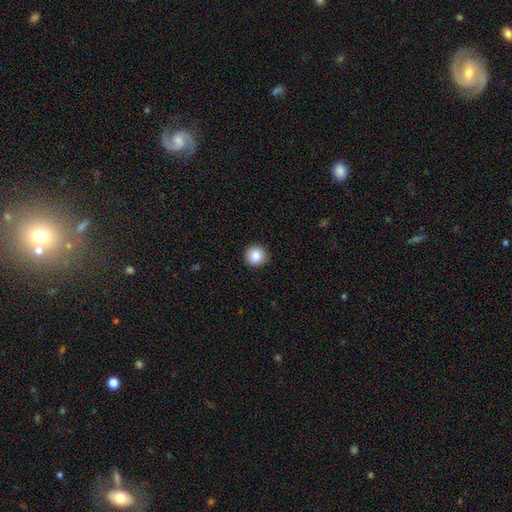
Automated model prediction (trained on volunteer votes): Smooth or featured: smooth — 85% (star or artifact — 9%)
How rounded: round — 94% (in between — 5%)
Merging: none — 93% (minor disturbance — 5%)